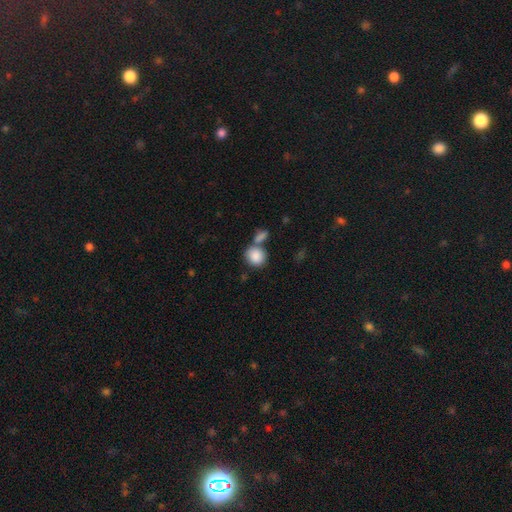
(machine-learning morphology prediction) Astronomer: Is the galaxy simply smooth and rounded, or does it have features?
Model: smooth — 87%.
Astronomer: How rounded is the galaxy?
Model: round — 73%.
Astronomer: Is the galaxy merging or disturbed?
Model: none — 49% (runner-up: merger, 35%).